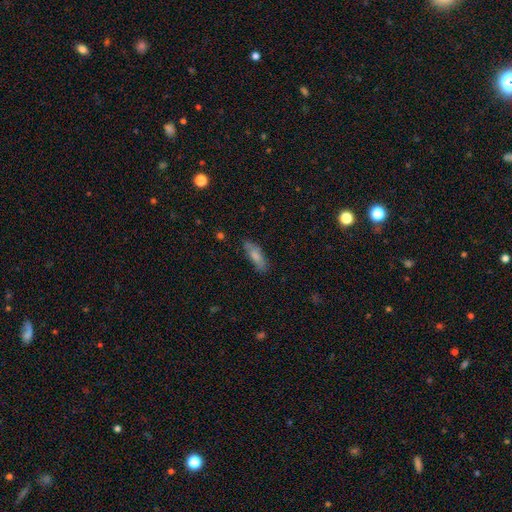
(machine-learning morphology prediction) Overall: smooth (76%). How rounded: in between (55%; cigar-shaped 43%). Merging: none (74%).